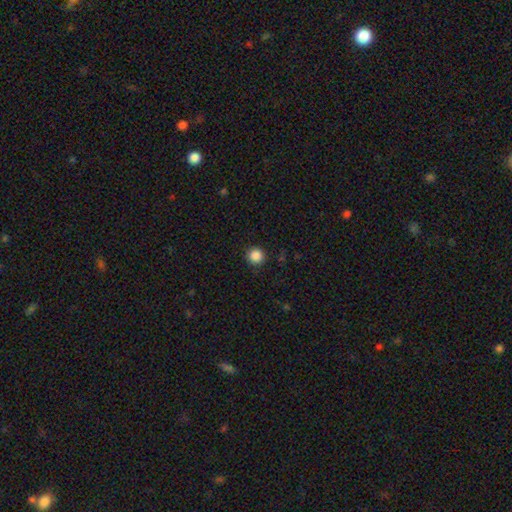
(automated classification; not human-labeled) smooth 87%, star or artifact 10%, featured or disk 3%. Down the decision tree: how rounded — round (95%); merging — none (92%).